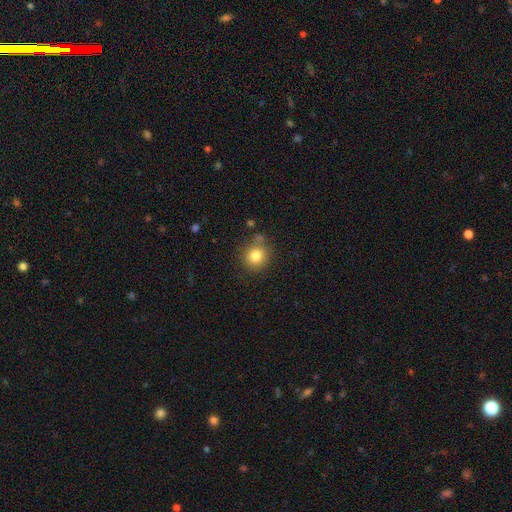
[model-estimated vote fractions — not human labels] Q: Smooth or featured?
A: smooth (82%); runner-up: star or artifact (11%)
Q: How rounded?
A: round (90%); runner-up: in between (9%)
Q: Merging?
A: none (79%); runner-up: minor disturbance (11%)